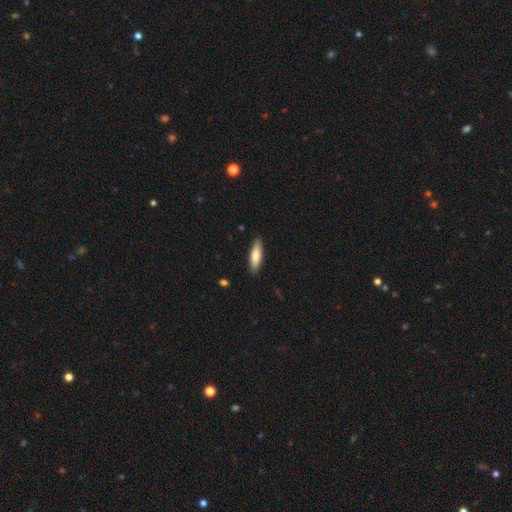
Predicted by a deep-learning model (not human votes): A smooth galaxy with no disk features (78%) that is cigar-shaped (57%). Merging: none (89%).